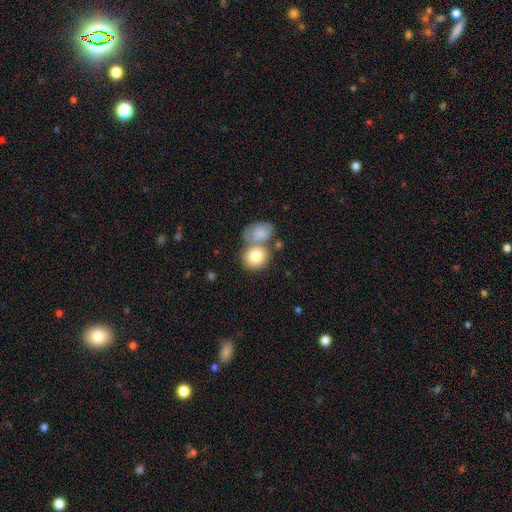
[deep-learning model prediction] A smooth galaxy with no disk features (81%) that is round (64%). Merging: merger (46%).